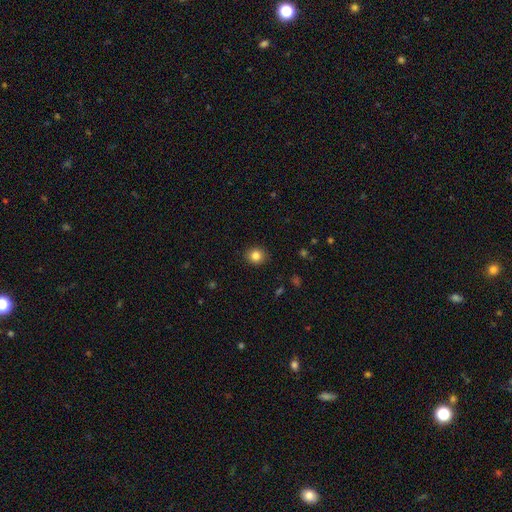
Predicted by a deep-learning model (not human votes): Smooth or featured?
  - smooth: 83% *
  - star or artifact: 11%
  - featured or disk: 6%
How rounded?
  - round: 80% *
  - in between: 19%
  - cigar-shaped: 1%
Merging?
  - none: 91% *
  - minor disturbance: 6%
  - major disturbance: 2%
  - merger: 1%